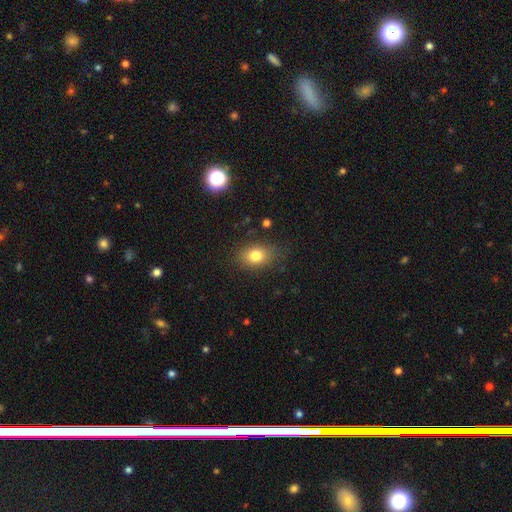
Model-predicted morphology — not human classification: type=smooth (80%); roundness=in between (74%); merging=none (79%).